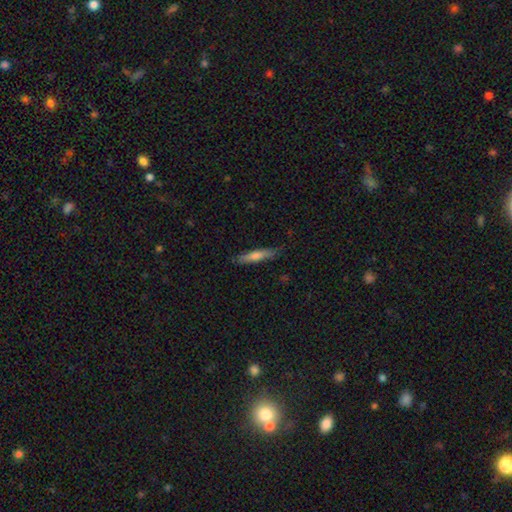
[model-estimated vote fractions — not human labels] The model was most divided on "smooth or featured": smooth: 58%, featured or disk: 36%, star or artifact: 6%. More confident: how rounded — cigar-shaped (90%); merging — none (84%).